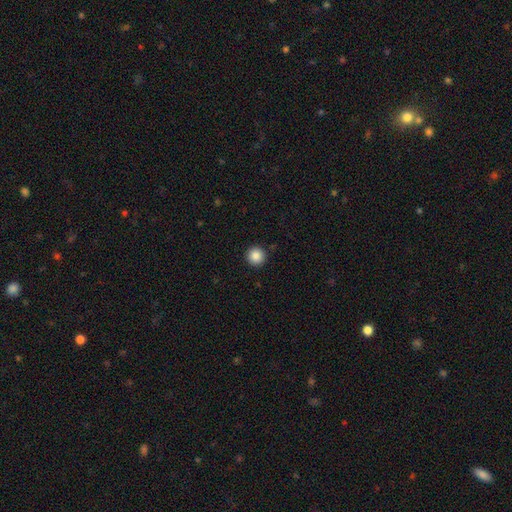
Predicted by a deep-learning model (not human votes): Smooth or featured: smooth — 86% (star or artifact — 9%)
How rounded: round — 96% (in between — 3%)
Merging: none — 93% (minor disturbance — 5%)